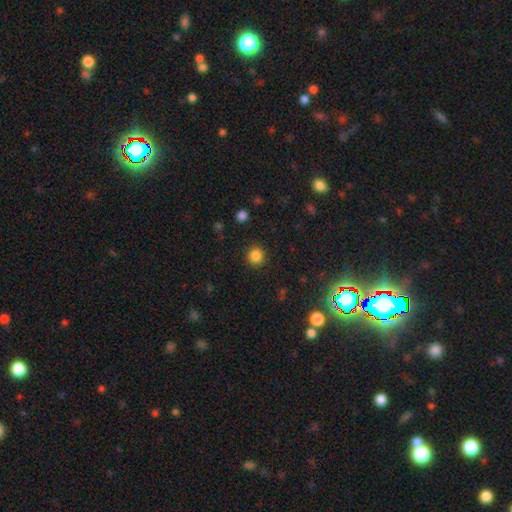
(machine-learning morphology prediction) smooth 84%, star or artifact 12%, featured or disk 4%. Down the decision tree: how rounded — round (94%); merging — none (91%).